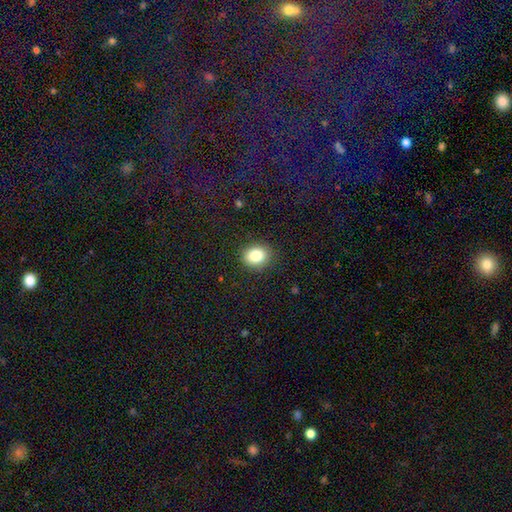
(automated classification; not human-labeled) This appears to be a smooth galaxy with no disk features (84%) that is round (61%). Merging: none (89%).